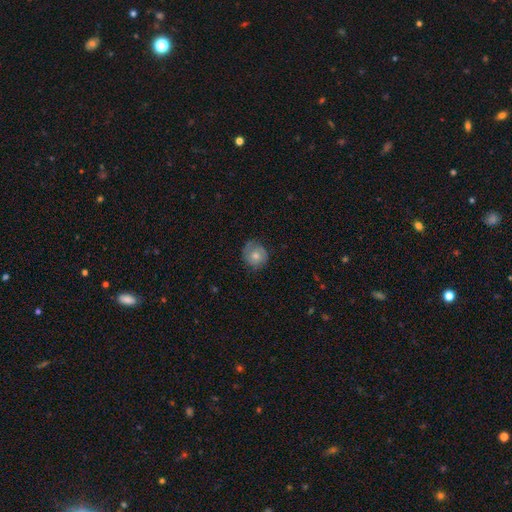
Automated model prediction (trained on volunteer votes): Q: Smooth or featured?
A: smooth (57%); runner-up: featured or disk (35%)
Q: How rounded?
A: round (82%); runner-up: in between (17%)
Q: Merging?
A: none (71%); runner-up: minor disturbance (22%)